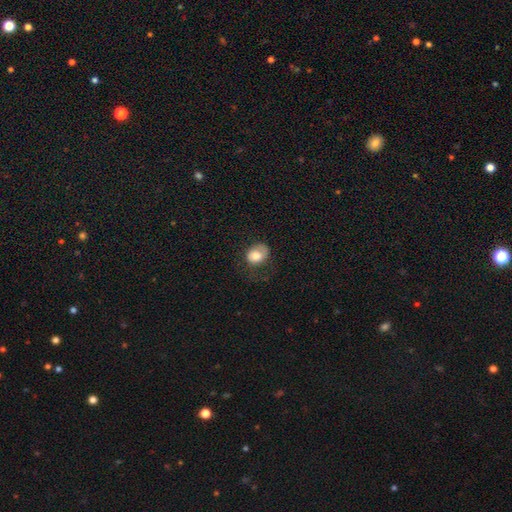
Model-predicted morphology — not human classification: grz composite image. It shows a smooth galaxy with no disk features (78%) that is round (50%). Merging: none (41%).